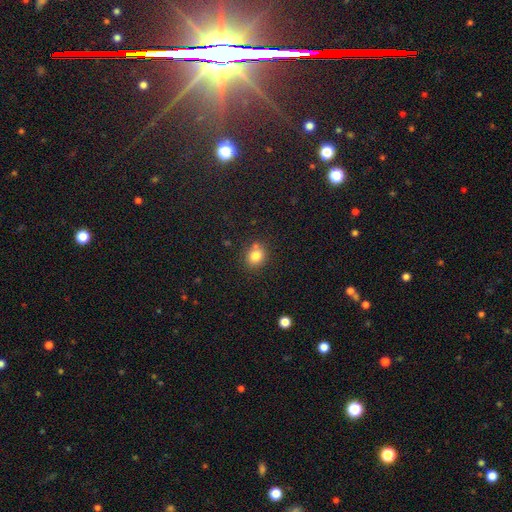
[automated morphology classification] smooth 81%, star or artifact 12%, featured or disk 8%. Down the decision tree: how rounded — round (71%); merging — none (71%).